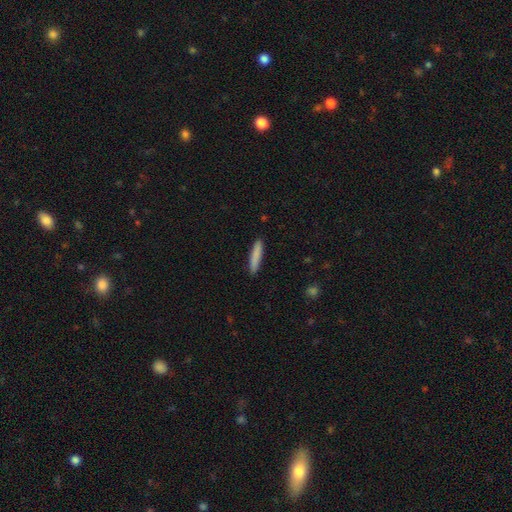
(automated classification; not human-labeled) Morphology: type=smooth (84%); roundness=cigar-shaped (90%); merging=none (90%).